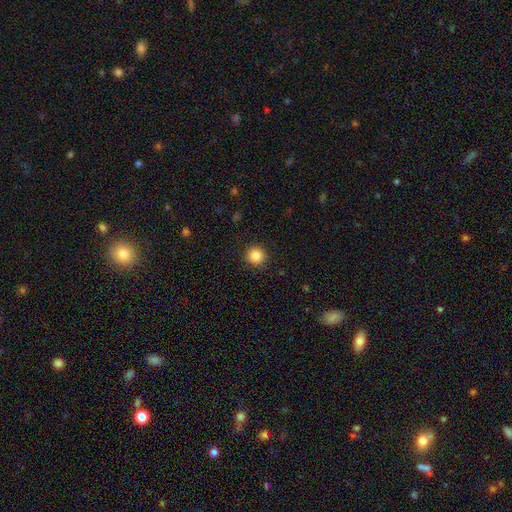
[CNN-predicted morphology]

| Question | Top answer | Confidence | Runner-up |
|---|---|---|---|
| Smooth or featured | smooth | 85% | star or artifact (10%) |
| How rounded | round | 94% | in between (5%) |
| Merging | none | 92% | minor disturbance (5%) |